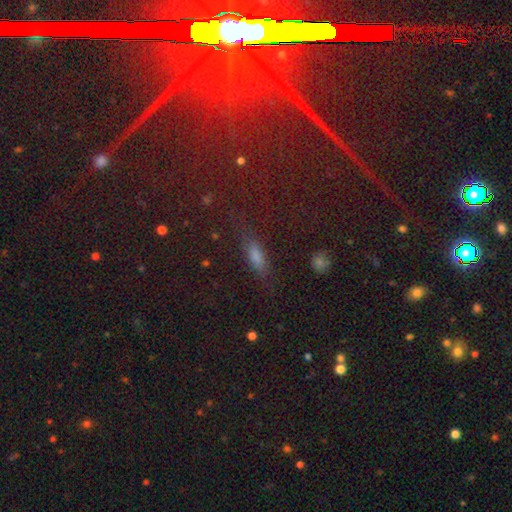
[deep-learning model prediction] smooth-or-featured: smooth: 56% | star or artifact: 23% | featured or disk: 21%
  how-rounded: cigar-shaped: 55% | in between: 39% | round: 7%
  merging: none: 77% | minor disturbance: 15% | major disturbance: 5% | merger: 3%